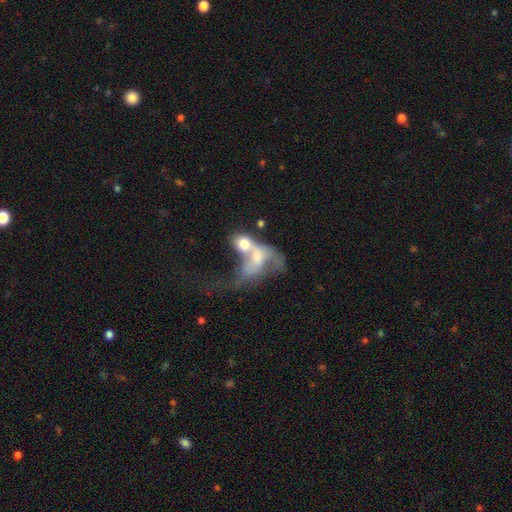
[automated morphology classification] A featured or disk galaxy (46%).

Vote fractions:
- Smooth or featured? featured or disk: 46% / smooth: 44% / star or artifact: 11%
- Merging? merger: 66% / major disturbance: 21% / none: 8% / minor disturbance: 5%